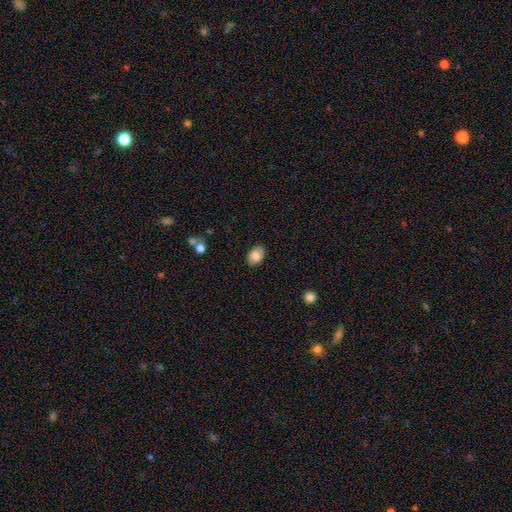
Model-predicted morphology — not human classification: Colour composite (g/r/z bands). It shows a smooth galaxy with no disk features (83%) that is in between round and cigar-shaped (83%). Merging: none (87%).